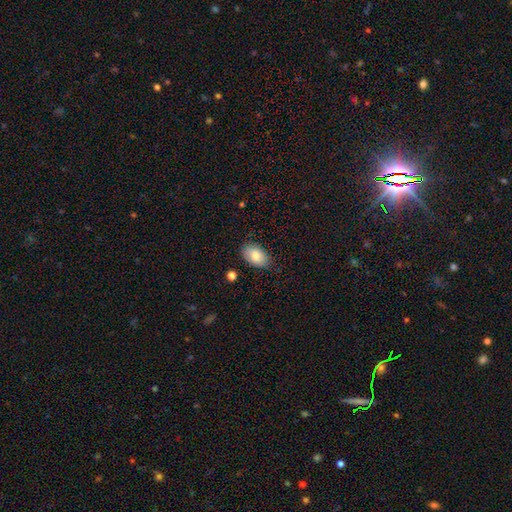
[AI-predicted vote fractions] smooth_or_featured: smooth (p=0.81) [alt: featured or disk p=0.11]
how_rounded: in between (p=0.91) [alt: round p=0.07]
merging: none (p=0.80) [alt: minor disturbance p=0.15]